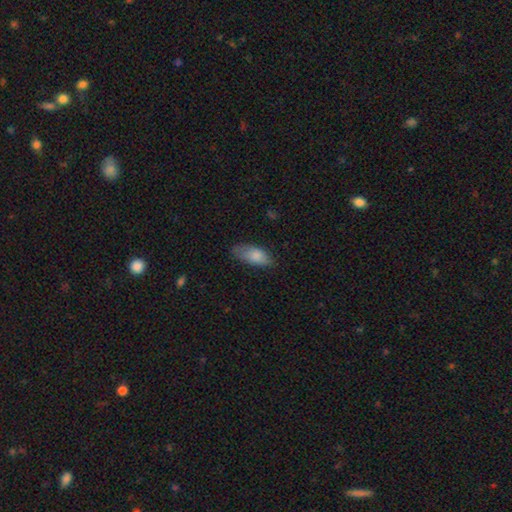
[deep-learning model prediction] Smooth or featured?
  - smooth: 83% *
  - featured or disk: 11%
  - star or artifact: 7%
How rounded?
  - in between: 86% *
  - cigar-shaped: 12%
  - round: 2%
Merging?
  - none: 66% *
  - minor disturbance: 27%
  - major disturbance: 6%
  - merger: 1%